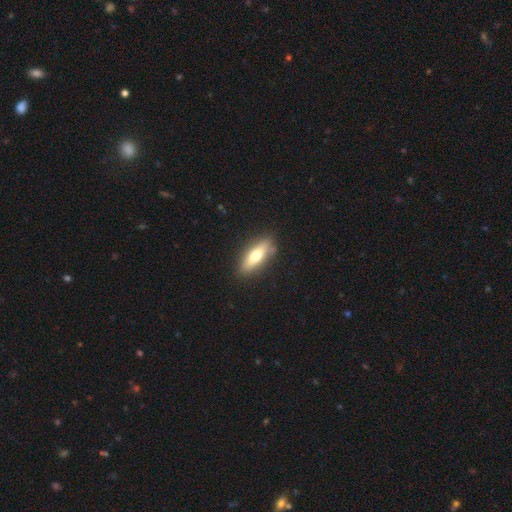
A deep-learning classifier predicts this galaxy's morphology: smooth_or_featured: smooth (p=0.61) [alt: featured or disk p=0.33]
how_rounded: in between (p=0.51) [alt: cigar-shaped p=0.46]
merging: none (p=0.85) [alt: minor disturbance p=0.11]